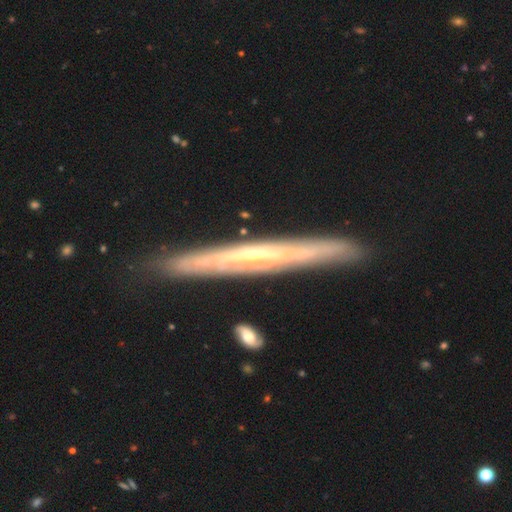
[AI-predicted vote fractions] This is likely a featured or disk galaxy (77%). It is clearly viewed edge-on (89%). Edge-on bulge: likely none (63%). Merging: clearly none (85%).